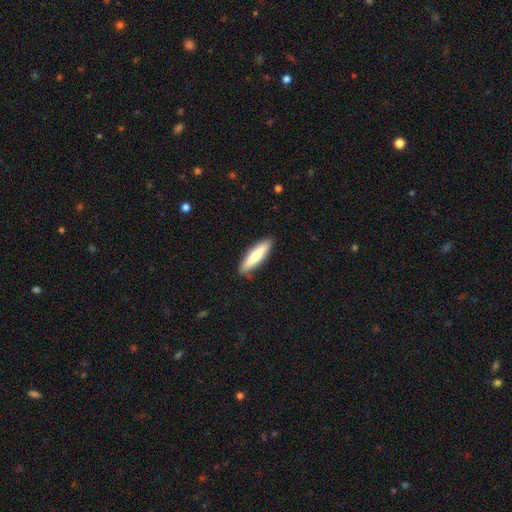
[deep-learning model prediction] smooth 73%, featured or disk 22%, star or artifact 5%. Down the decision tree: how rounded — cigar-shaped (74%); merging — none (88%).